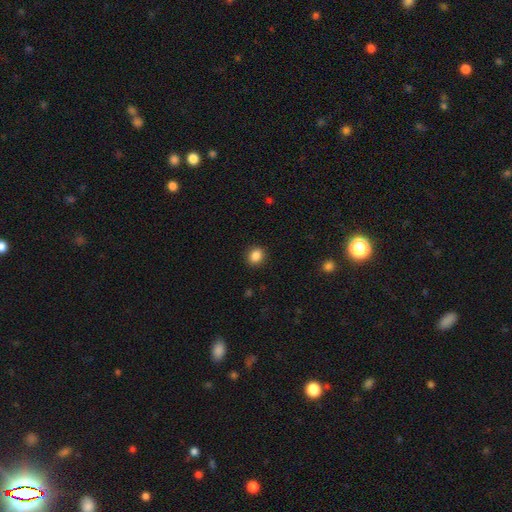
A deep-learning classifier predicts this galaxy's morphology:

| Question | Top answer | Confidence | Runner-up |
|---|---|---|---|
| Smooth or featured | smooth | 87% | star or artifact (10%) |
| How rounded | round | 62% | in between (37%) |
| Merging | none | 90% | minor disturbance (7%) |